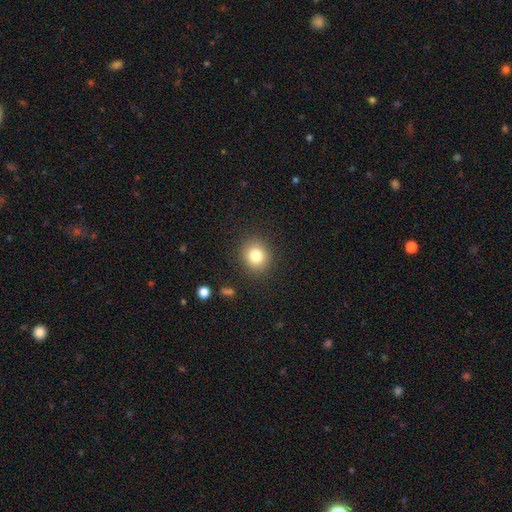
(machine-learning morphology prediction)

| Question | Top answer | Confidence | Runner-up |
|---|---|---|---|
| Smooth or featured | smooth | 81% | star or artifact (11%) |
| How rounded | round | 79% | in between (20%) |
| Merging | none | 88% | minor disturbance (8%) |